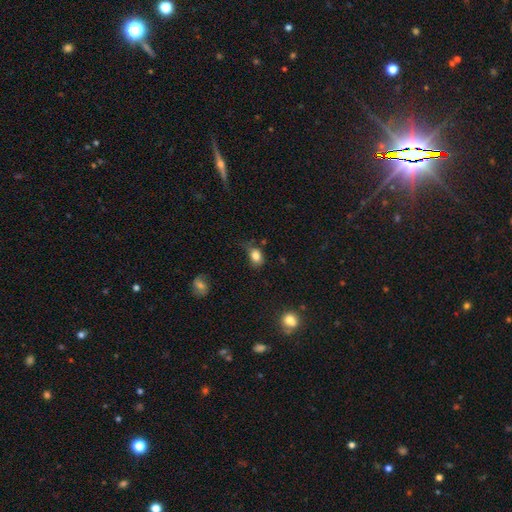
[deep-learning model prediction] This is clearly a smooth galaxy (82%). How rounded: likely in between (66%). Merging: possibly none (49%).